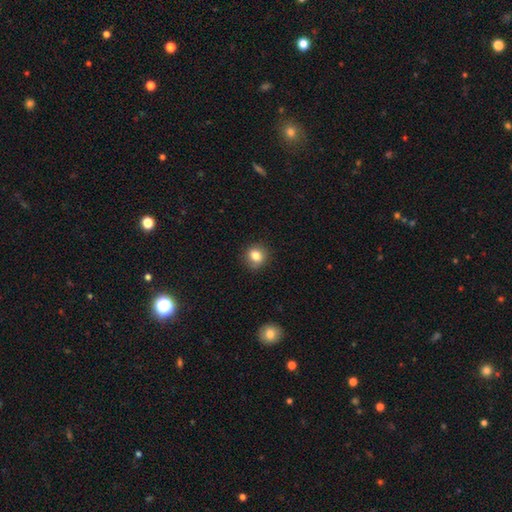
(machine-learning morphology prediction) smooth 82%, star or artifact 11%, featured or disk 7%. Down the decision tree: how rounded — round (82%); merging — none (87%).